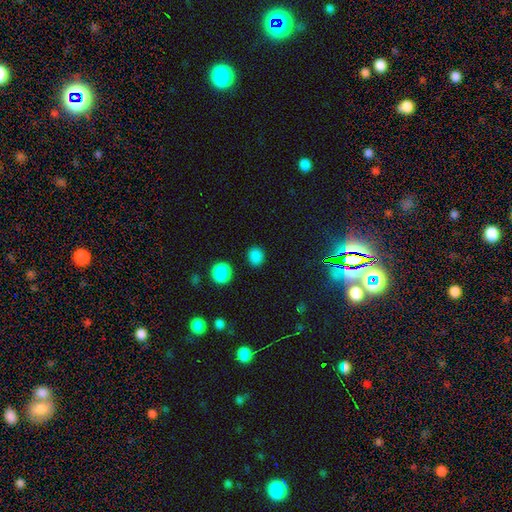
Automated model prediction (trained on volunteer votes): Overall: smooth (83%). How rounded: round (75%). Merging: none (87%).